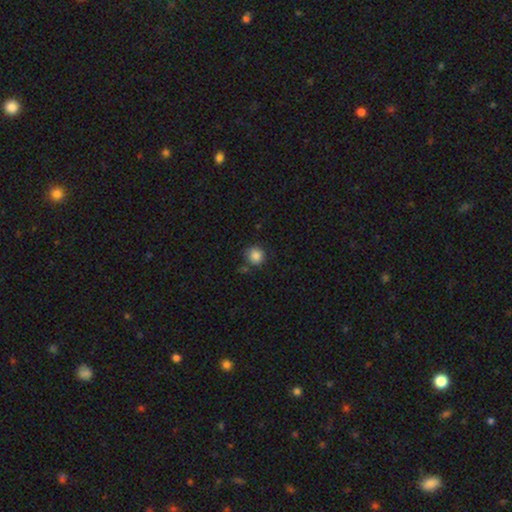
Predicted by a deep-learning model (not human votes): Smooth or featured? smooth (86%)
How rounded? round (88%)
Merging? none (75%)